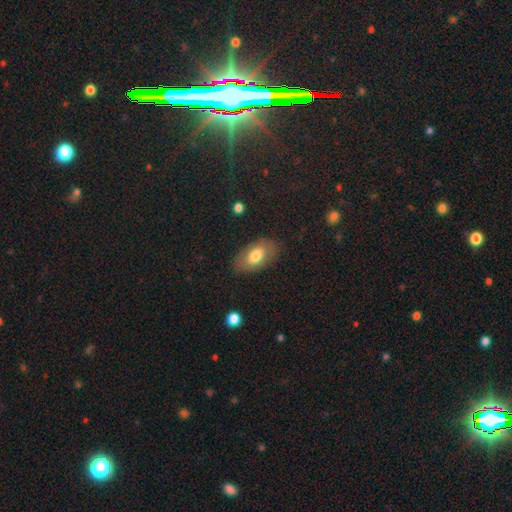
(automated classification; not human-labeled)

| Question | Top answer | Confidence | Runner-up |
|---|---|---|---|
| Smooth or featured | smooth | 72% | featured or disk (21%) |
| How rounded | in between | 92% | round (5%) |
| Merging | none | 79% | minor disturbance (15%) |